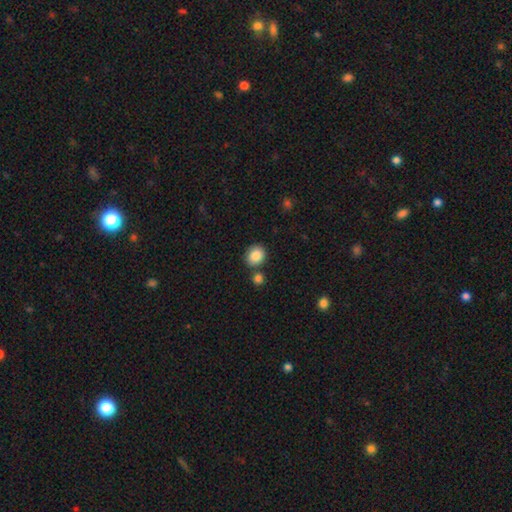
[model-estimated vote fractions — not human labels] Overall: smooth (88%). How rounded: round (69%; in between 30%). Merging: none (76%).